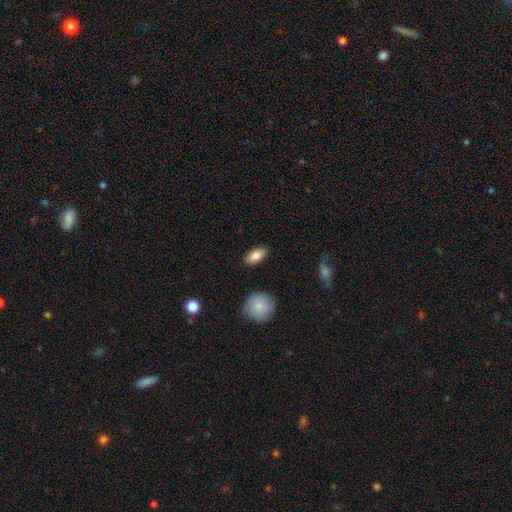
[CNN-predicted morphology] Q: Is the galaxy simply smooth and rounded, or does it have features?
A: smooth — 84%.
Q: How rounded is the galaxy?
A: in between — 84%.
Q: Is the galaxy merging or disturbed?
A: none — 88%.